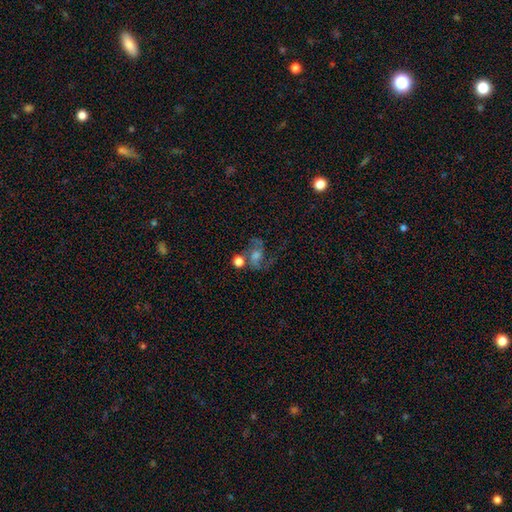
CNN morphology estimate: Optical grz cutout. It shows a featured or disk galaxy (68%) with no bar (57%), 2 (84%) medium (45%) spiral arms (90%) and a moderate central bulge (48%). Merging: none (51%).